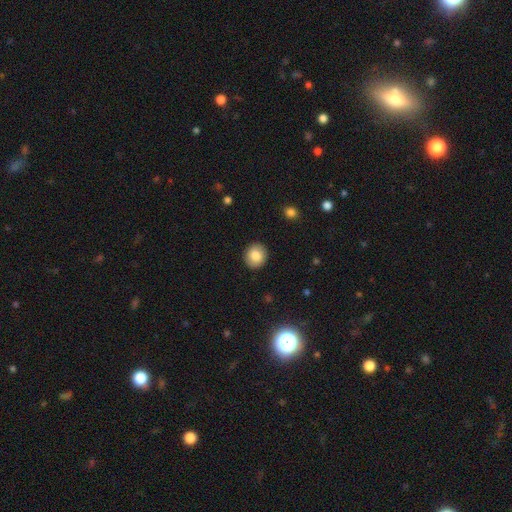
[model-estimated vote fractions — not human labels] smooth_or_featured: smooth (p=0.85) [alt: star or artifact p=0.08]
how_rounded: round (p=0.76) [alt: in between p=0.23]
merging: none (p=0.90) [alt: minor disturbance p=0.07]